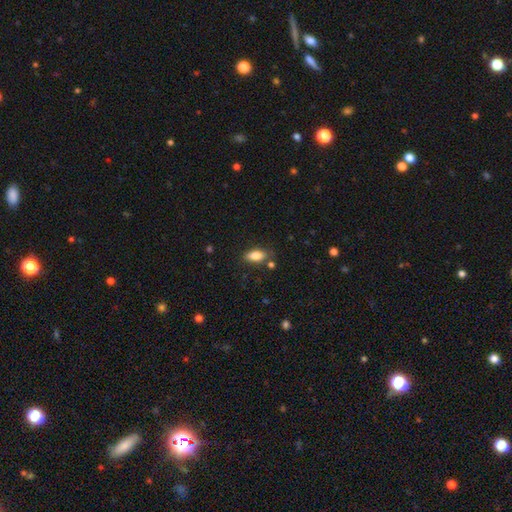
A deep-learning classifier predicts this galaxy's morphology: The model was most divided on "merging": none: 78%, minor disturbance: 14%, merger: 5%, major disturbance: 3%. More confident: how rounded — in between (87%); smooth or featured — smooth (83%).